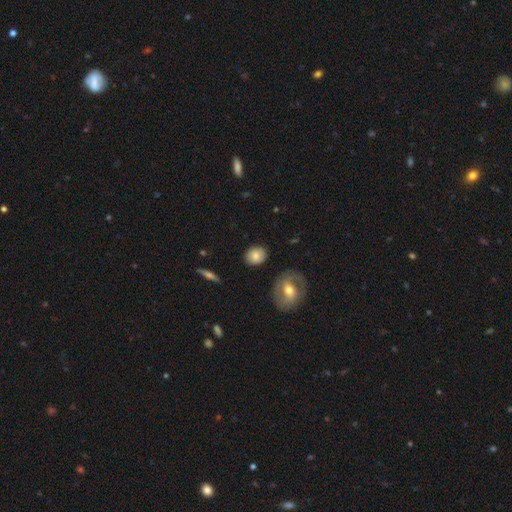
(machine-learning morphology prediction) Q: Smooth or featured?
A: smooth (80%); runner-up: featured or disk (13%)
Q: How rounded?
A: round (55%); runner-up: in between (43%)
Q: Merging?
A: none (86%); runner-up: minor disturbance (10%)